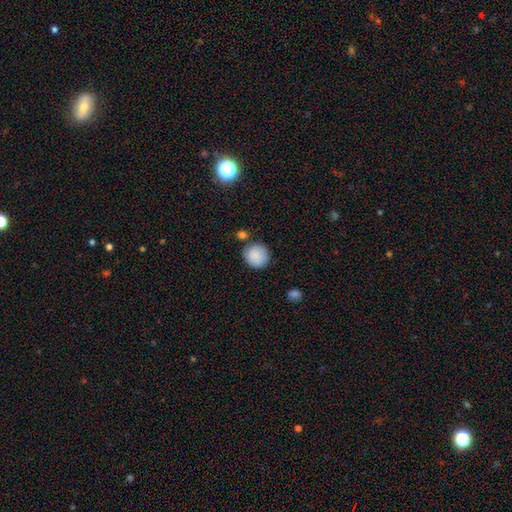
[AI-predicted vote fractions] Smooth or featured? Predicted: smooth (p=0.88). How rounded? Predicted: round (p=0.92). Merging? Predicted: none (p=0.79).